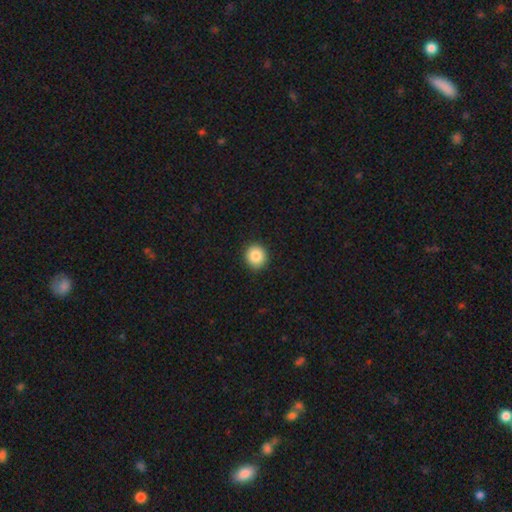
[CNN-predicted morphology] A smooth galaxy with no disk features (86%) that is round (91%).

Vote fractions:
- Smooth or featured? smooth: 86% / star or artifact: 9% / featured or disk: 5%
- How rounded? round: 91% / in between: 8% / cigar-shaped: 1%
- Merging? none: 91% / minor disturbance: 6% / major disturbance: 2% / merger: 1%